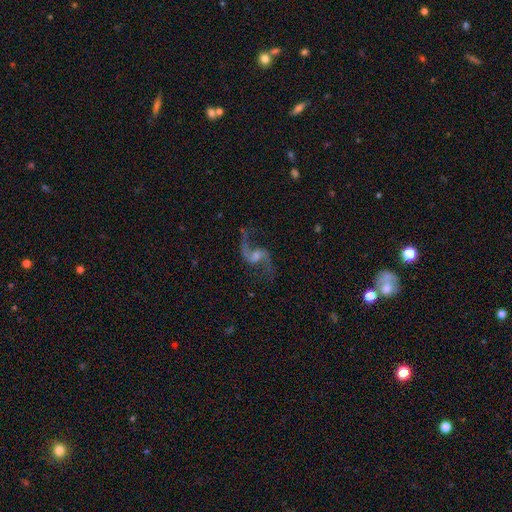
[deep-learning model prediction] Smooth or featured: featured or disk — 89% (star or artifact — 7%)
Edge-on disk: no — 97% (yes — 3%)
Bar: weak — 48% (no — 36%)
Spiral arms: yes — 97% (no — 3%)
Spiral winding: loose — 81% (medium — 16%)
Spiral arm count: 2 — 94% (1 — 2%)
Bulge size: small — 42% (moderate — 38%)
Merging: none — 78% (minor disturbance — 12%)